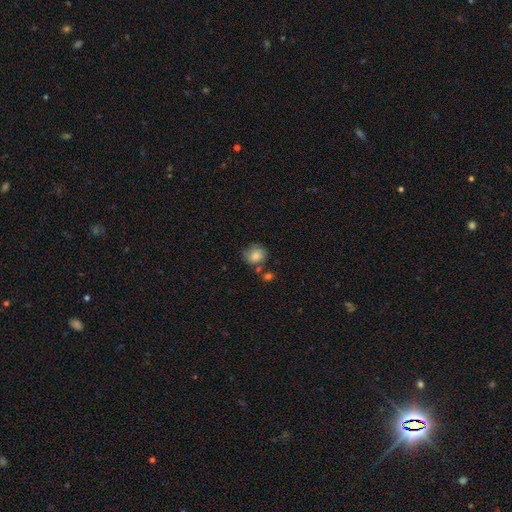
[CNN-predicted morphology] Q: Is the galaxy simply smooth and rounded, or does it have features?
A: smooth — 77%.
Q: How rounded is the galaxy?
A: round — 75%.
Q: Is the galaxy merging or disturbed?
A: none — 63%.